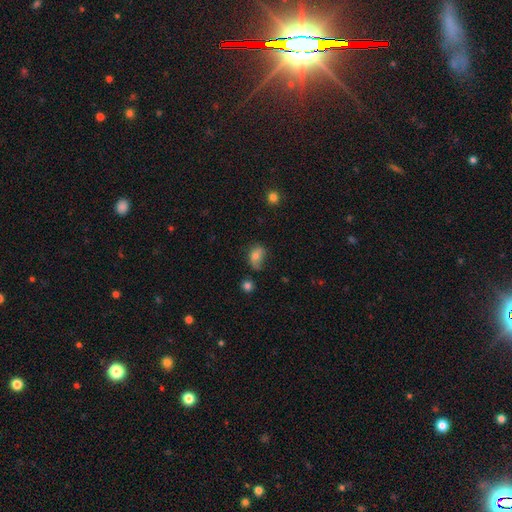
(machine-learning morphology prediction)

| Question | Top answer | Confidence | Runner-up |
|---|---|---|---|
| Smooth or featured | smooth | 70% | featured or disk (19%) |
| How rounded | in between | 78% | round (20%) |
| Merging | none | 41% | minor disturbance (38%) |